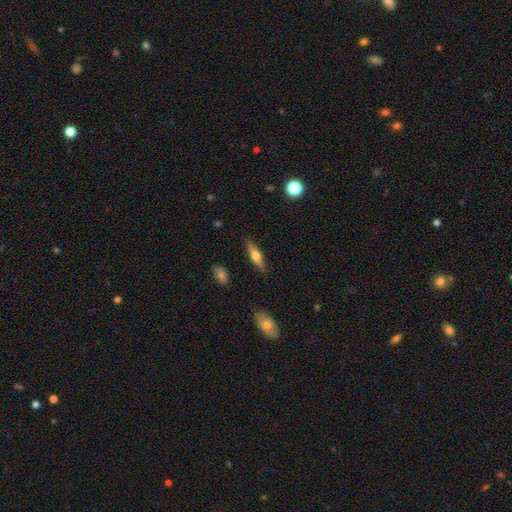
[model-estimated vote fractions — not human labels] smooth_or_featured: featured or disk (p=0.52) [alt: smooth p=0.42]
disk_edge_on: yes (p=0.94) [alt: no p=0.06]
merging: none (p=0.88) [alt: minor disturbance p=0.09]